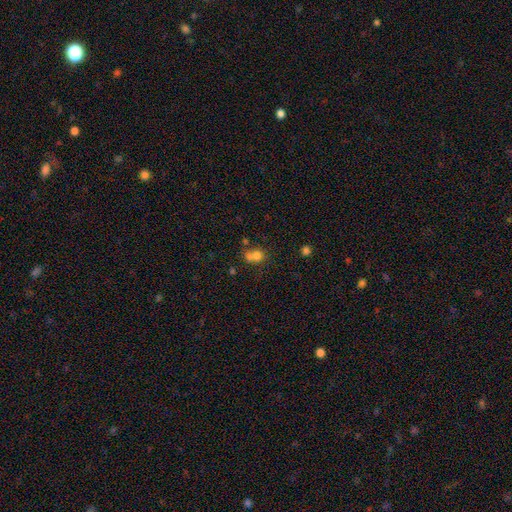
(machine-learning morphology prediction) smooth 69%, featured or disk 16%, star or artifact 15%. Down the decision tree: how rounded — round (76%); merging — merger (56%).